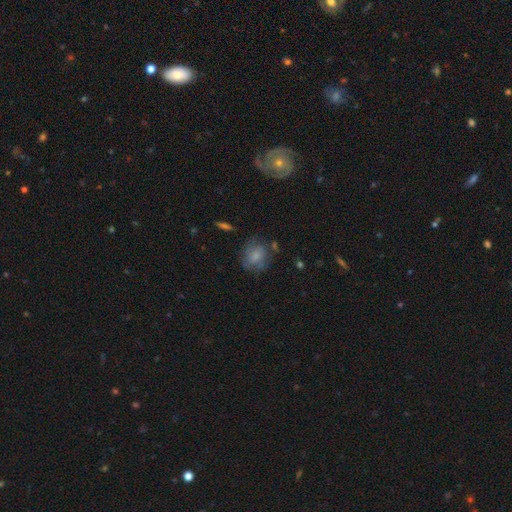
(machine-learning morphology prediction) smooth-or-featured: smooth: 68% | featured or disk: 23% | star or artifact: 9%
  how-rounded: round: 59% | in between: 40% | cigar-shaped: 1%
  merging: none: 58% | minor disturbance: 24% | major disturbance: 14% | merger: 4%